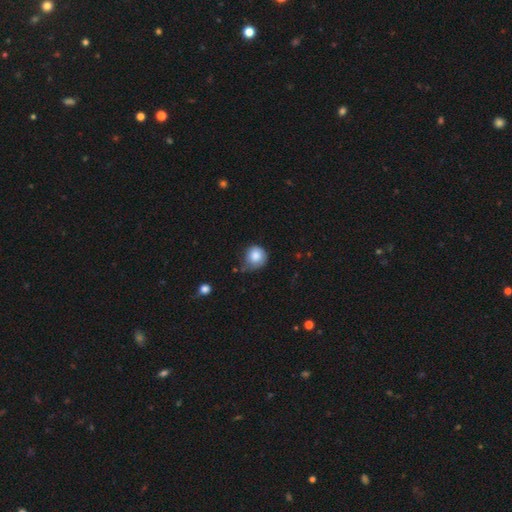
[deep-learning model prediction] This appears to be a smooth galaxy with no disk features (83%) that is round (89%). Merging: none (51%).